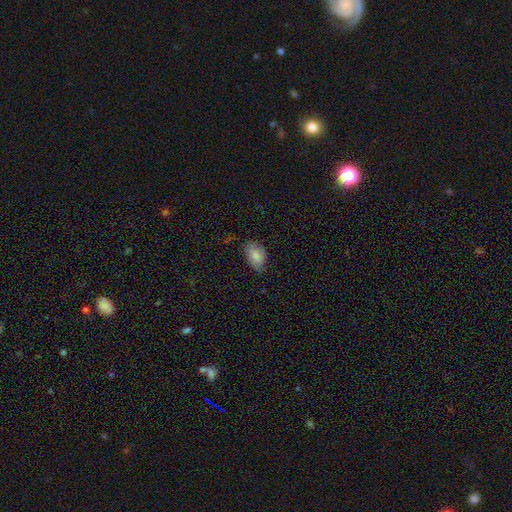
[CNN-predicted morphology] The model was most divided on "merging": none: 71%, minor disturbance: 23%, major disturbance: 4%, merger: 1%. More confident: how rounded — in between (91%); smooth or featured — smooth (84%).